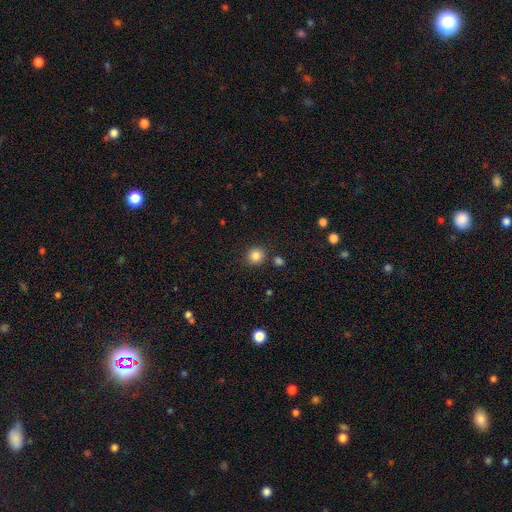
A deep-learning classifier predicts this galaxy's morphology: This appears to be a smooth galaxy with no disk features (85%) that is round (87%). Merging: none (83%).